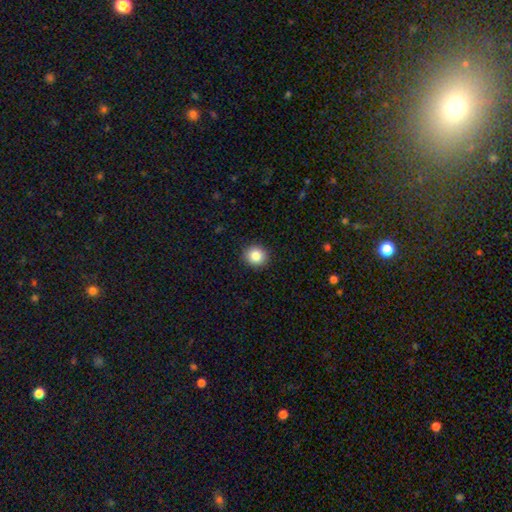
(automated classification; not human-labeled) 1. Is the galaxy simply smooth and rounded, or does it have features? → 86% smooth, 9% star or artifact, 5% featured or disk.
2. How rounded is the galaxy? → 88% round, 11% in between, 1% cigar-shaped.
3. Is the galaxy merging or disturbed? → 92% none, 6% minor disturbance, 2% major disturbance, 1% merger.